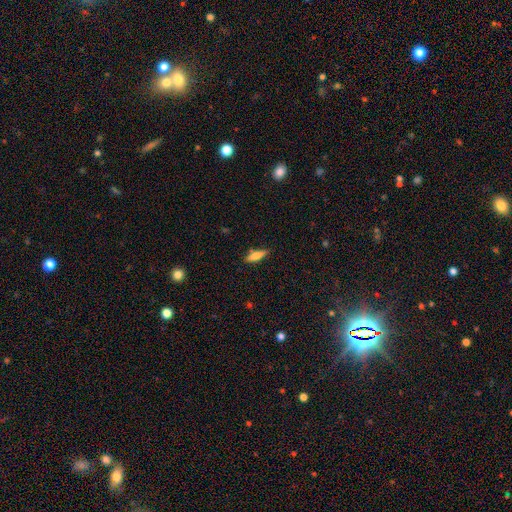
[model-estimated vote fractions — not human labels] smooth-or-featured: smooth: 67% | featured or disk: 25% | star or artifact: 7%
  how-rounded: cigar-shaped: 62% | in between: 35% | round: 2%
  merging: none: 83% | minor disturbance: 12% | major disturbance: 3% | merger: 2%